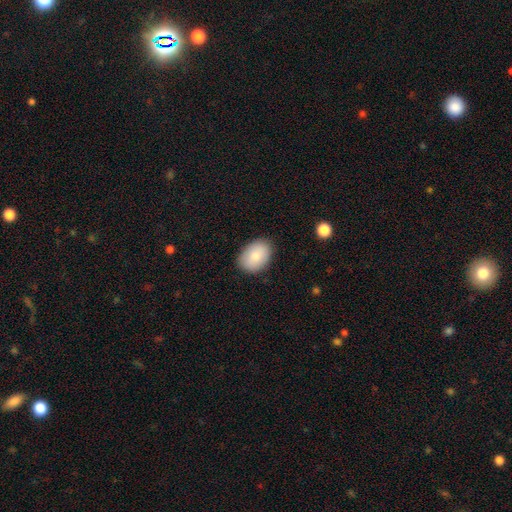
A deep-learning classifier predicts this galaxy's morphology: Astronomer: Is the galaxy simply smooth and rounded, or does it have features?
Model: smooth — 84%.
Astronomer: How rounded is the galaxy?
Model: in between — 82%.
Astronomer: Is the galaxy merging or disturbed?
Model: none — 86%.